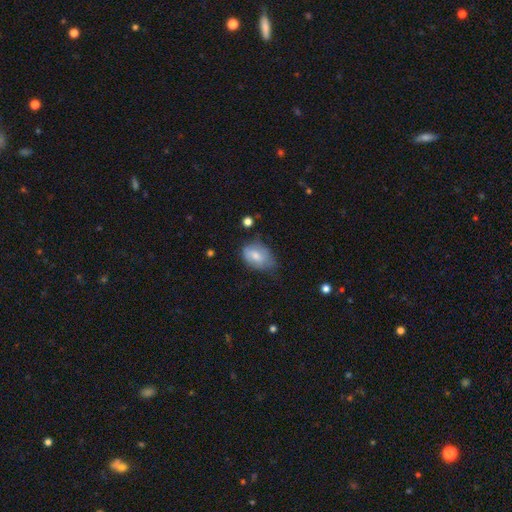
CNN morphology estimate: smooth-or-featured: smooth: 71% | featured or disk: 21% | star or artifact: 7%
  how-rounded: in between: 83% | round: 15% | cigar-shaped: 1%
  merging: none: 42% (tied) | minor disturbance: 42% (tied) | major disturbance: 14% | merger: 2%